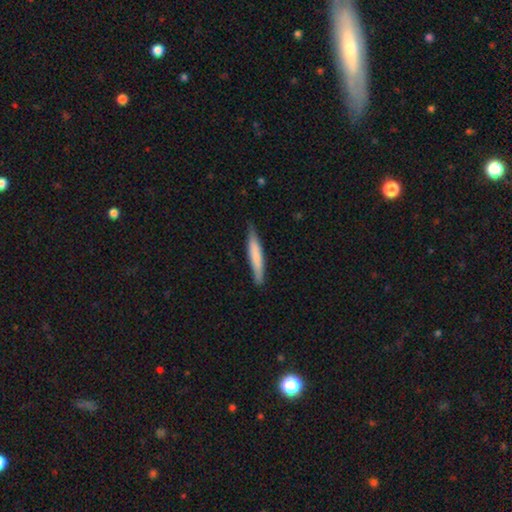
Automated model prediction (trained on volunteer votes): A smooth galaxy with no disk features (68%) that is cigar-shaped (93%).

Vote fractions:
- Smooth or featured? smooth: 68% / featured or disk: 26% / star or artifact: 5%
- How rounded? cigar-shaped: 93% / in between: 6% / round: 1%
- Merging? none: 82% / minor disturbance: 15% / major disturbance: 2% / merger: 1%